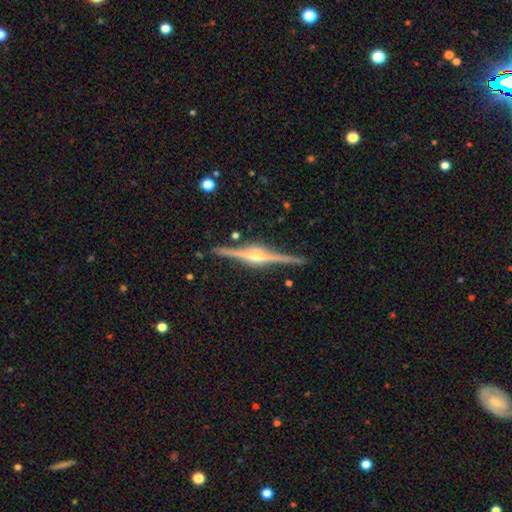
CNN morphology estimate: type=featured or disk (88%); edge-on=yes (98%); edge-on bulge=rounded (87%); merging=none (89%).